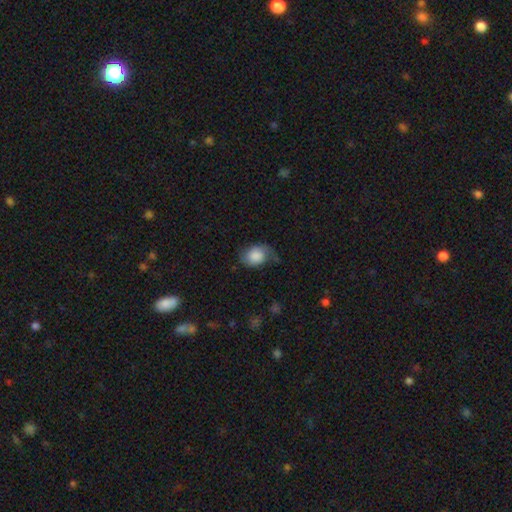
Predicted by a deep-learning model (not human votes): A smooth galaxy with no disk features (72%) that is in between round and cigar-shaped (64%). Merging: none (45%).